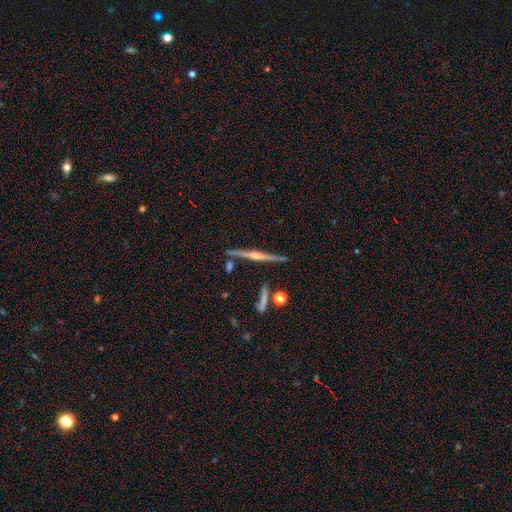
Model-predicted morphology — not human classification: This is clearly a featured or disk galaxy (82%). It is clearly viewed edge-on (98%). Edge-on bulge: clearly rounded (85%). Merging: clearly none (86%).